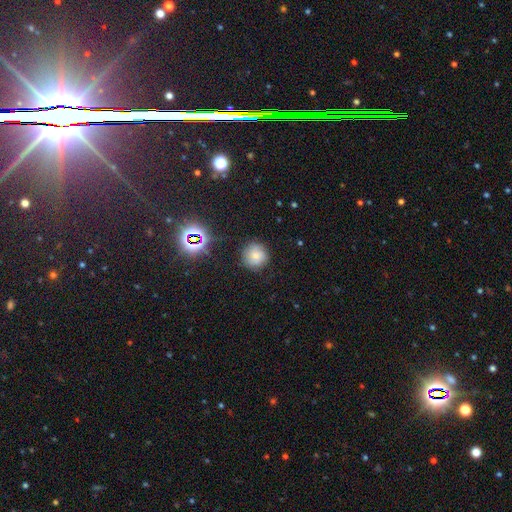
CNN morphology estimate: A smooth galaxy with no disk features (69%) that is round (93%). Merging: none (81%).